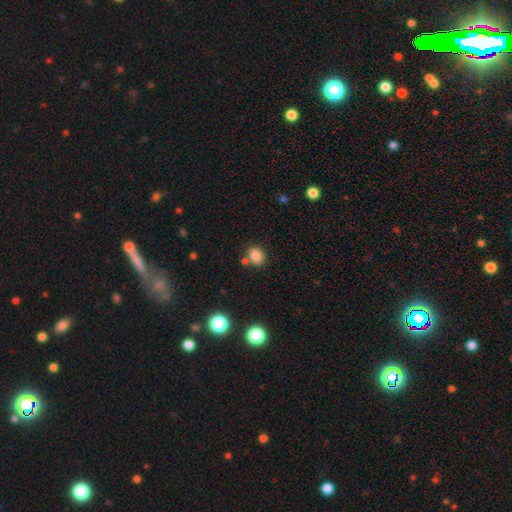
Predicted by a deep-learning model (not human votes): smooth 83%, star or artifact 11%, featured or disk 5%. Down the decision tree: how rounded — round (50%); merging — none (71%).